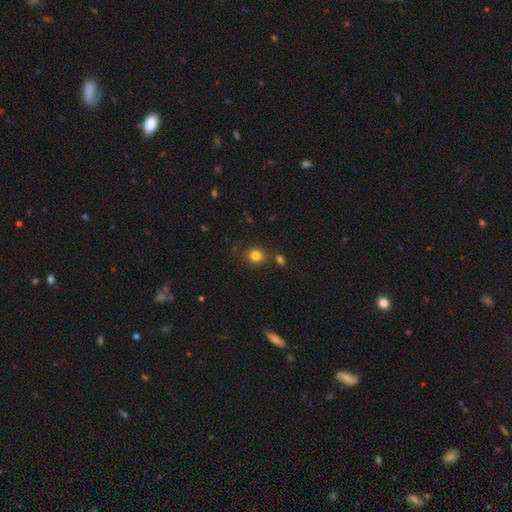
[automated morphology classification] smooth_or_featured: smooth (p=0.81) [alt: star or artifact p=0.13]
how_rounded: round (p=0.80) [alt: in between p=0.19]
merging: none (p=0.80) [alt: minor disturbance p=0.09]